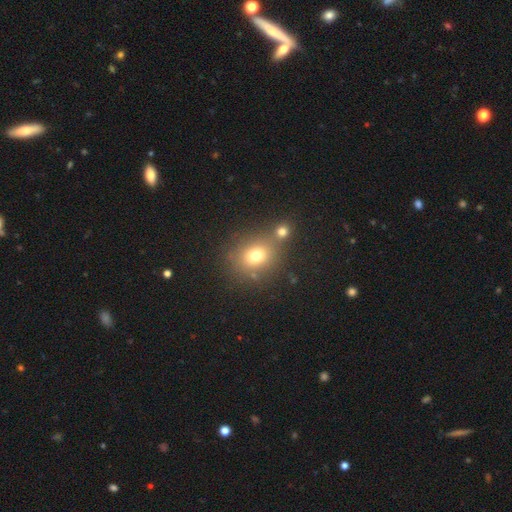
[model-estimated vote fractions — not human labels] smooth 73%, star or artifact 16%, featured or disk 12%. Down the decision tree: how rounded — round (64%); merging — none (59%).